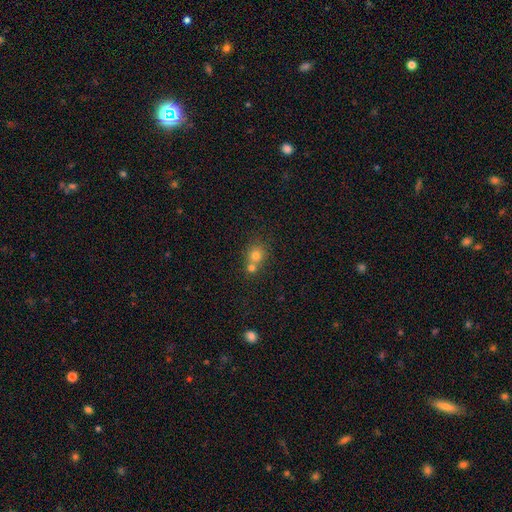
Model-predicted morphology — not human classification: This appears to be a smooth galaxy with no disk features (75%) that is round (81%). Merging: merger (49%).